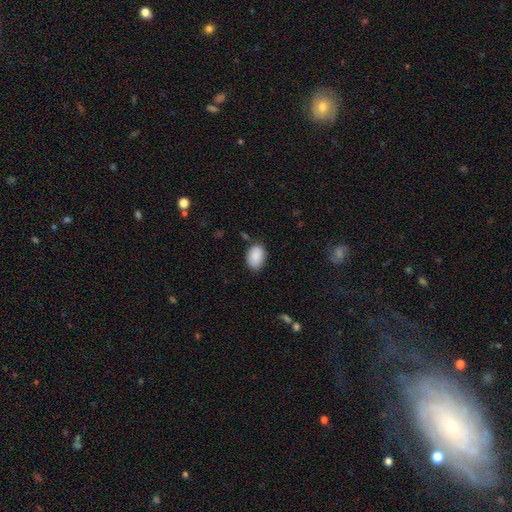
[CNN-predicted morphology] smooth_or_featured: smooth (p=0.90) [alt: star or artifact p=0.06]
how_rounded: in between (p=0.87) [alt: round p=0.12]
merging: none (p=0.80) [alt: minor disturbance p=0.14]